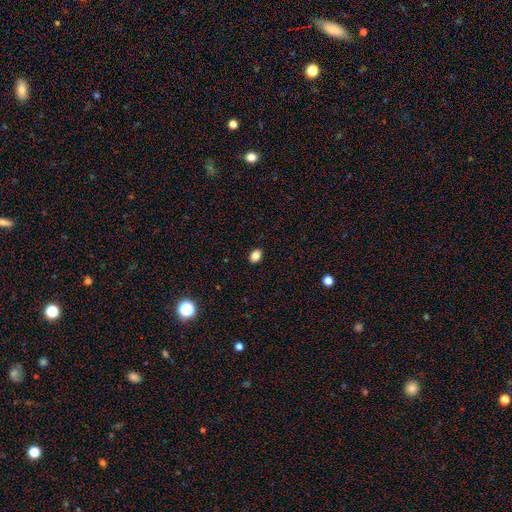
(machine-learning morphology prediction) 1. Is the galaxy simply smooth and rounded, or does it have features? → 86% smooth, 10% star or artifact, 4% featured or disk.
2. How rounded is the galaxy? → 75% in between, 24% round, 1% cigar-shaped.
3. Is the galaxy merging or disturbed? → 90% none, 7% minor disturbance, 2% major disturbance, 1% merger.